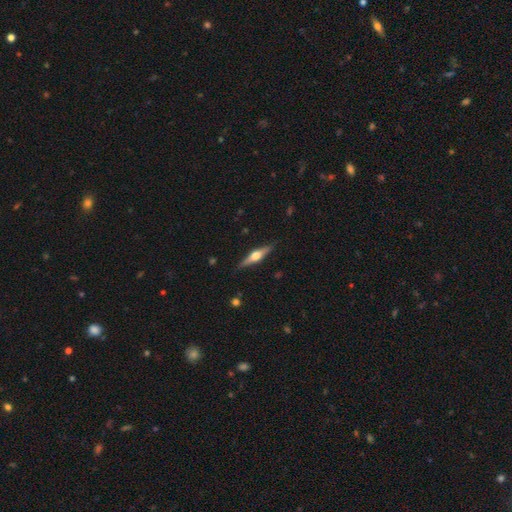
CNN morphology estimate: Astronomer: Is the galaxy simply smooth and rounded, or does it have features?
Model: featured or disk — 71%.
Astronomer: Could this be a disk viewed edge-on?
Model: yes — 97%.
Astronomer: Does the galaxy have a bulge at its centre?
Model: rounded — 94%.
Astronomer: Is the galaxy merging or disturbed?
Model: none — 89%.